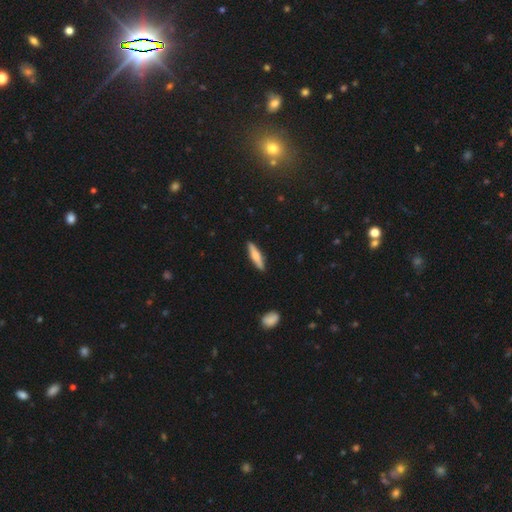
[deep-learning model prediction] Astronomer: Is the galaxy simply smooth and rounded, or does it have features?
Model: smooth — 52% (runner-up: featured or disk, 43%).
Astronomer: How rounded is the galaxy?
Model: cigar-shaped — 78%.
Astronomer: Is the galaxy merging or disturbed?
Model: none — 89%.